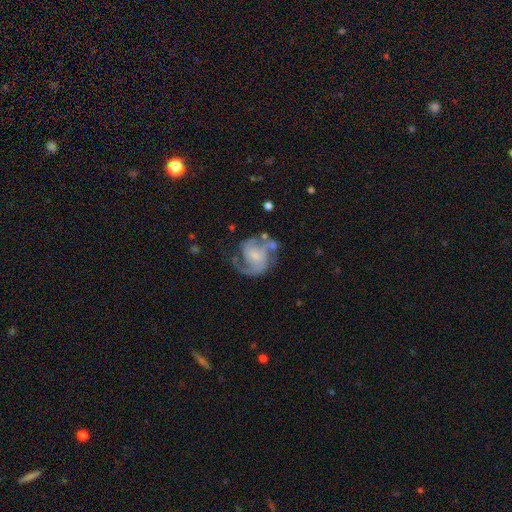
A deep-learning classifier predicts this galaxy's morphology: featured or disk 86%, smooth 9%, star or artifact 5%. Down the decision tree: edge-on disk — no (98%); bar — no (54%); spiral arms — yes (96%); spiral arm count — 2 (66%); spiral winding — medium (52%); bulge size — small (54%); merging — none (56%).